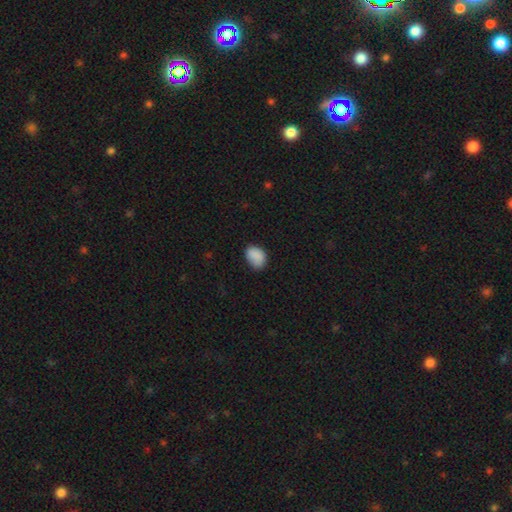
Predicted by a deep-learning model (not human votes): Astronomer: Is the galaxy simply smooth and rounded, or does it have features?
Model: smooth — 86%.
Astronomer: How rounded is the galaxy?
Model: in between — 72%.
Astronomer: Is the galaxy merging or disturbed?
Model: none — 66%.